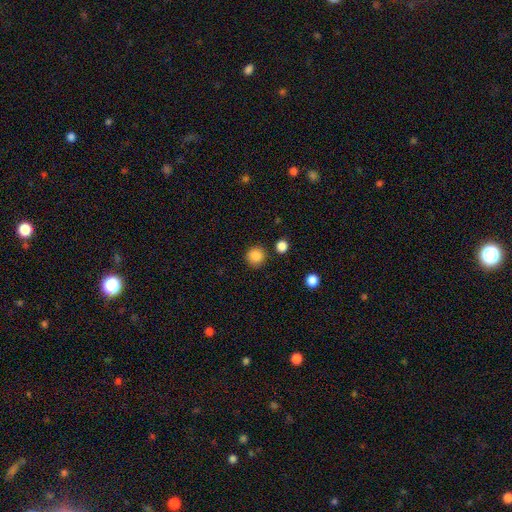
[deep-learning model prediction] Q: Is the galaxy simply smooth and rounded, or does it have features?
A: smooth — 87%.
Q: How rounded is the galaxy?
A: round — 92%.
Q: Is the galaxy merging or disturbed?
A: none — 86%.